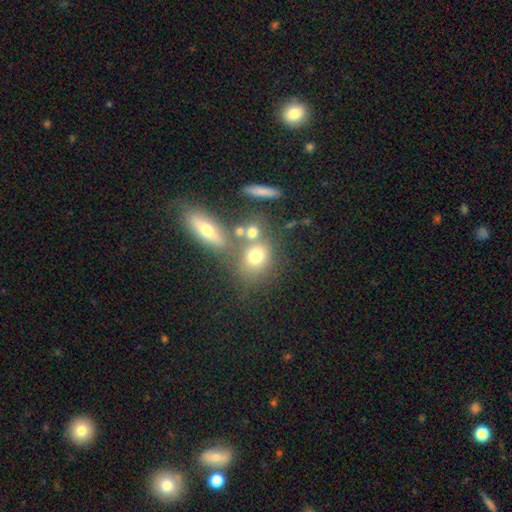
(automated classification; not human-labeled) This appears to be a smooth galaxy with no disk features (68%) that is round (60%). Merging: none (50%).